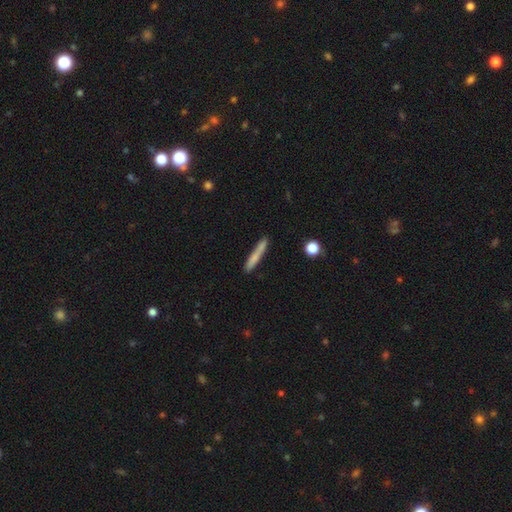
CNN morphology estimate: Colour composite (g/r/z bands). It shows a smooth galaxy with no disk features (71%) that is cigar-shaped (95%). Merging: none (81%).